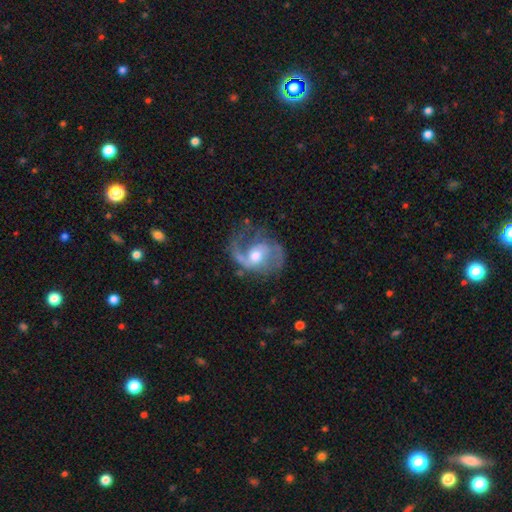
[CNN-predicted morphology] featured or disk 83%, smooth 11%, star or artifact 6%. Down the decision tree: edge-on disk — no (98%); bar — no (51%); spiral arms — yes (93%); spiral arm count — 2 (68%); spiral winding — medium (45%); bulge size — moderate (66%); merging — none (51%).